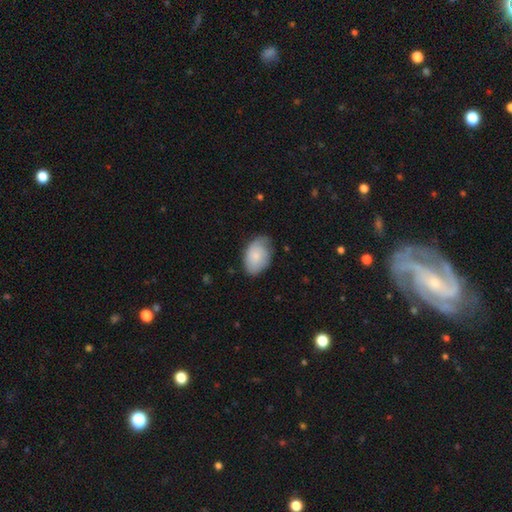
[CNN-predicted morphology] Smooth or featured? Predicted: smooth (p=0.70). How rounded? Predicted: in between (p=0.88). Merging? Predicted: none (p=0.56).